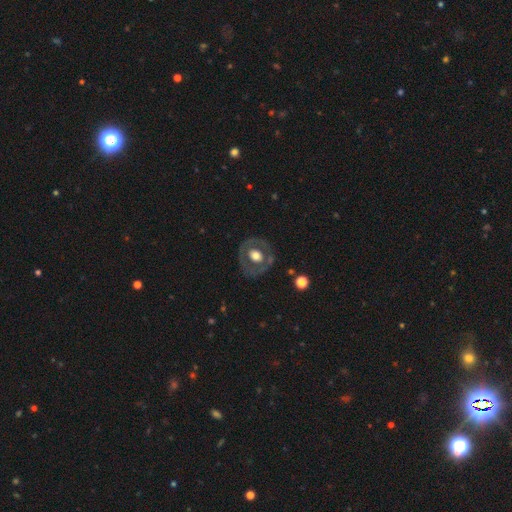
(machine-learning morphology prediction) A featured or disk galaxy (54%) with no bar (86%), no spiral arms (89%) and a large central bulge (46%).

Vote fractions:
- Smooth or featured? featured or disk: 54% / smooth: 40% / star or artifact: 6%
- Edge-on disk? no: 95% / yes: 5%
- Bar? no: 86% / weak: 11% / strong: 4%
- Spiral arms? no: 89% / yes: 11%
- Bulge size? large: 46% / moderate: 45% / small: 4% / dominant: 4% / none: 2%
- Merging? none: 78% / minor disturbance: 13% / major disturbance: 7% / merger: 2%